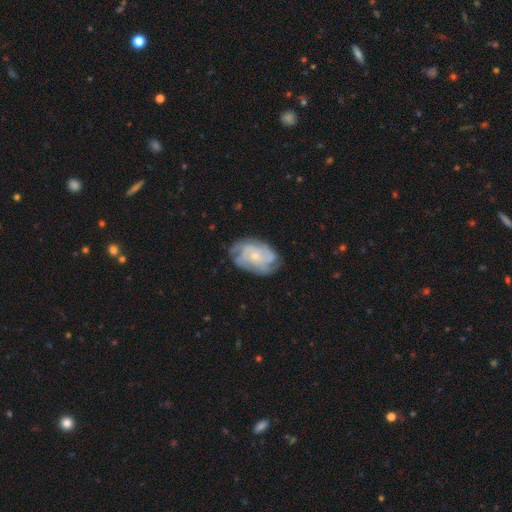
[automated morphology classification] Overall: featured or disk (80%). Edge-on disk: no (97%). Bar: no (76%). Spiral arms: yes (93%). Spiral arm count: can't tell (33%; 4 22%). Spiral winding: tight (56%; medium 33%). Bulge size: small (68%). Merging: none (70%).